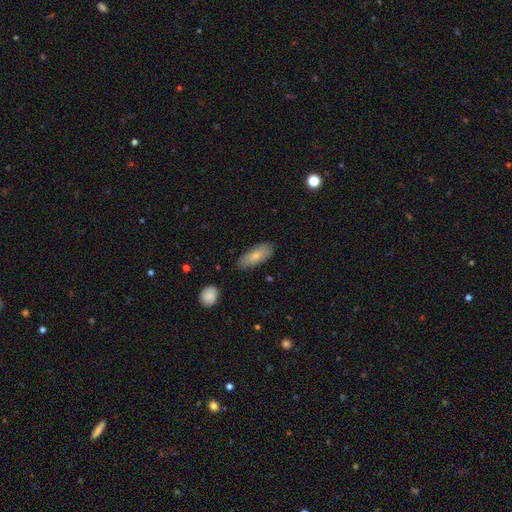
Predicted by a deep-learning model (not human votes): The model was most divided on "smooth or featured": smooth: 77%, featured or disk: 17%, star or artifact: 6%. More confident: how rounded — in between (80%); merging — none (79%).